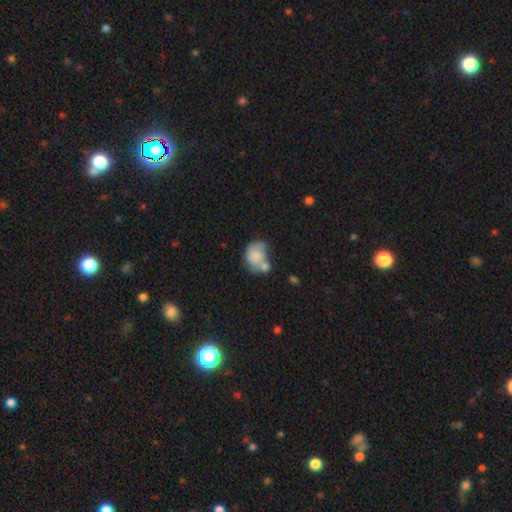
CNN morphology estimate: Smooth or featured? smooth (61%)
How rounded? in between (50%)
Merging? merger (40%)